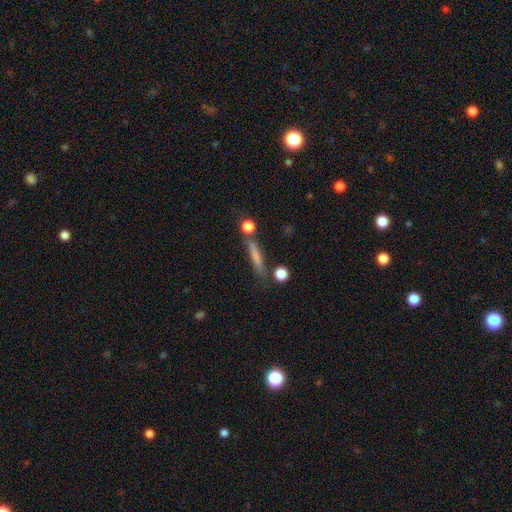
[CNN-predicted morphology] This is likely a smooth galaxy (65%). How rounded: clearly cigar-shaped (88%). Merging: likely none (74%).